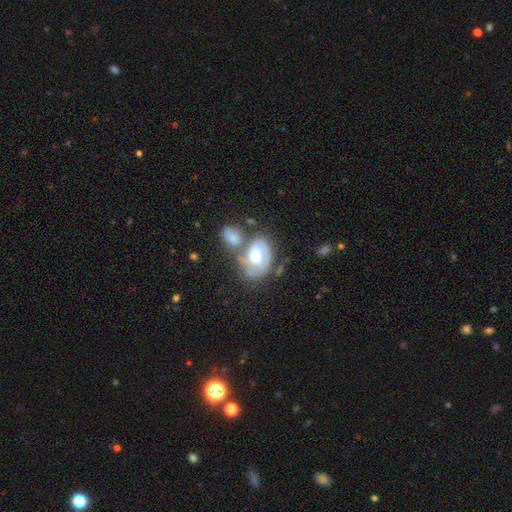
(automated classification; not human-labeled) A featured or disk galaxy (70%) with no bar (64%), 2 (49%) tight (56%) spiral arms (81%) and a moderate central bulge (63%). Merging: none (35%).